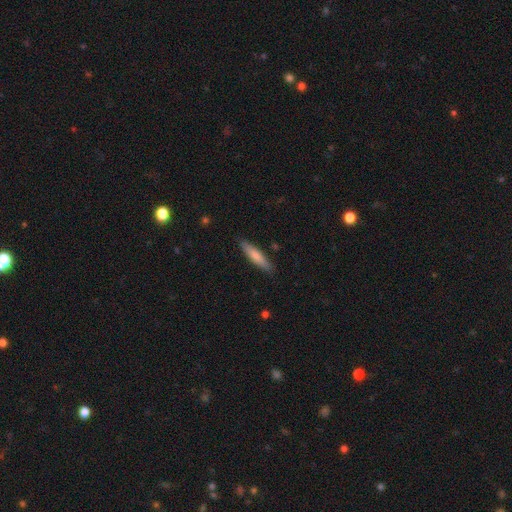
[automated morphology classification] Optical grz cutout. It shows a smooth galaxy with no disk features (72%) that is cigar-shaped (83%). Merging: none (87%).